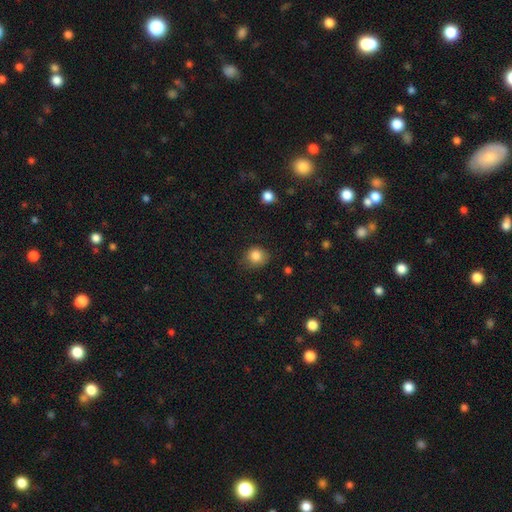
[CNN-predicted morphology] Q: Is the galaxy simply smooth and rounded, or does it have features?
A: smooth — 84%.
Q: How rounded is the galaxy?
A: round — 80%.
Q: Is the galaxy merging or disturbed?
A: none — 75%.